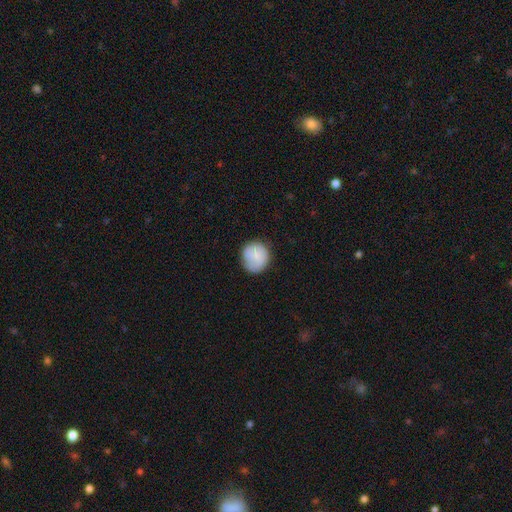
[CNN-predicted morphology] smooth_or_featured: smooth (p=0.78) [alt: featured or disk p=0.15]
how_rounded: round (p=0.89) [alt: in between p=0.10]
merging: none (p=0.75) [alt: minor disturbance p=0.19]